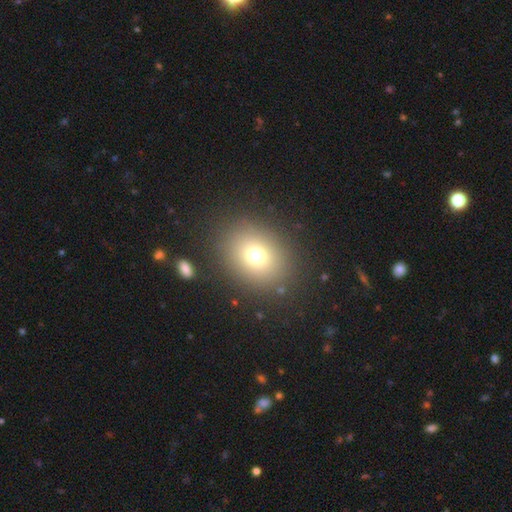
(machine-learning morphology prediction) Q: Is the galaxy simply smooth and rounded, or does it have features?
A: smooth — 72%.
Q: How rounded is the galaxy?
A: round — 57%.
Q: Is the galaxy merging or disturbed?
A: none — 85%.